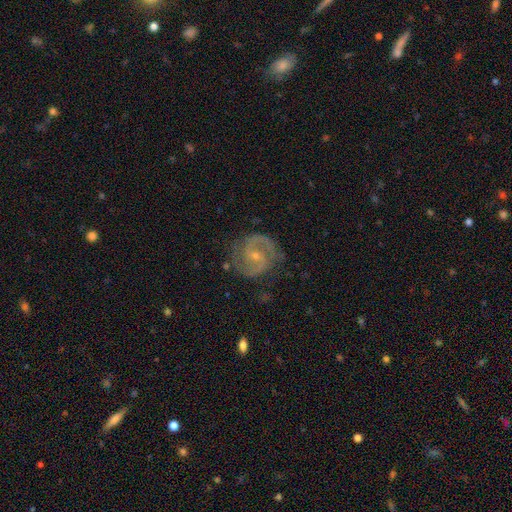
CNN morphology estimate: This is clearly a featured or disk galaxy (90%). It is clearly not viewed edge-on (98%). Bar: possibly weak (45%). Spiral arm pattern: clearly yes (98%). Spiral arm count: clearly 2 (91%). Spiral winding: possibly medium (57%). Central bulge: likely small (68%). Merging: likely none (78%).